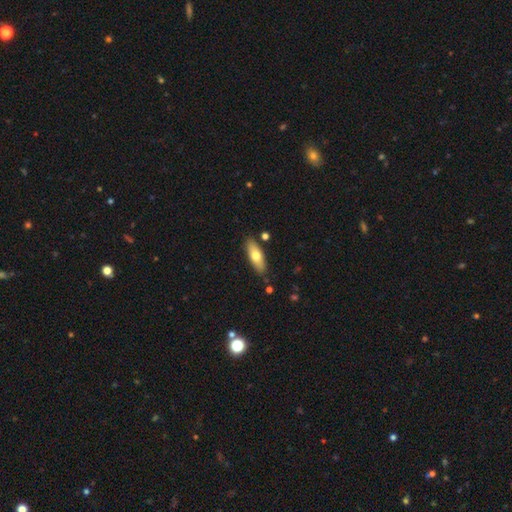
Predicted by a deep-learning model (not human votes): smooth_or_featured: smooth (p=0.68) [alt: featured or disk p=0.26]
how_rounded: in between (p=0.65) [alt: cigar-shaped p=0.33]
merging: none (p=0.82) [alt: minor disturbance p=0.12]